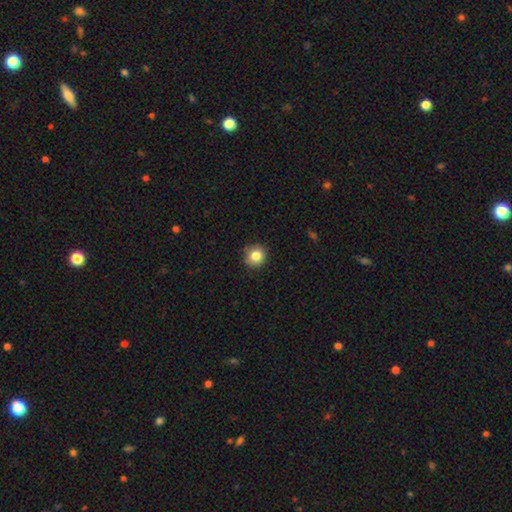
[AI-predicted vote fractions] smooth-or-featured: smooth: 83% | star or artifact: 10% | featured or disk: 7%
  how-rounded: round: 89% | in between: 10% | cigar-shaped: 1%
  merging: none: 89% | minor disturbance: 8% | major disturbance: 2% | merger: 1%